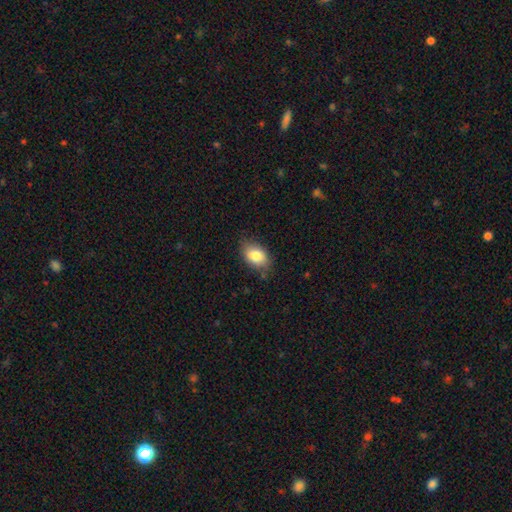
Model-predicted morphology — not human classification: This appears to be a smooth galaxy with no disk features (82%) that is in between round and cigar-shaped (86%). Merging: none (77%).